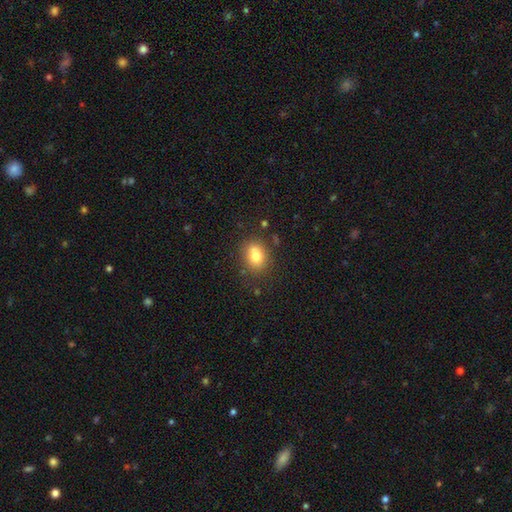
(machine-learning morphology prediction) This appears to be a smooth galaxy with no disk features (78%) that is in between round and cigar-shaped (52%). Merging: none (74%).